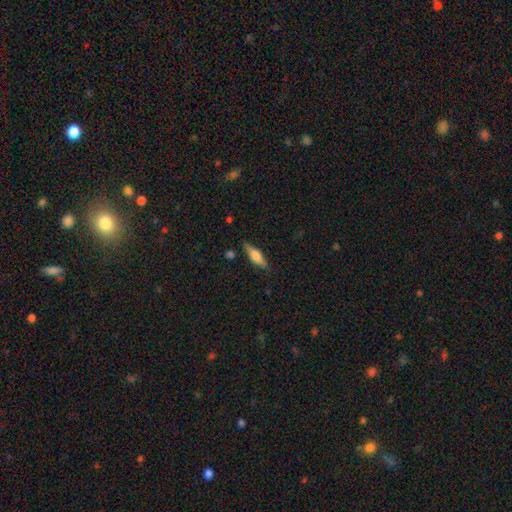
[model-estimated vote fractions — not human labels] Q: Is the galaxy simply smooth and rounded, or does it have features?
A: smooth — 60%.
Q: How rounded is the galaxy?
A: cigar-shaped — 56%.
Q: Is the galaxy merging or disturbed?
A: none — 82%.